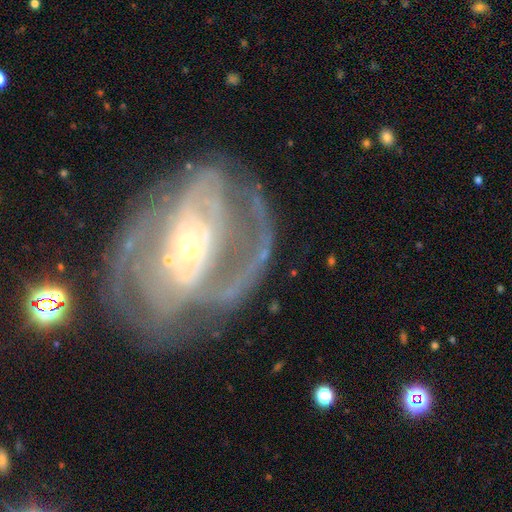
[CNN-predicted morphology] A featured or disk galaxy (82%) with no bar (47%), 2 (38%) tight (40%) spiral arms (80%) and a small central bulge (60%).

Vote fractions:
- Smooth or featured? featured or disk: 82% / smooth: 11% / star or artifact: 8%
- Edge-on disk? no: 96% / yes: 4%
- Bar? no: 47% / weak: 34% / strong: 19%
- Spiral arms? yes: 80% / no: 20%
- Spiral winding? tight: 40% / medium: 39% / loose: 22%
- Spiral arm count? 2: 38% / can't tell: 32% / 3: 10% / 1: 9% / 4: 5% / more than 4: 5%
- Bulge size? small: 60% / moderate: 31% / large: 4% / none: 3% / dominant: 2%
- Merging? none: 41% / major disturbance: 27% / minor disturbance: 18% / merger: 13%